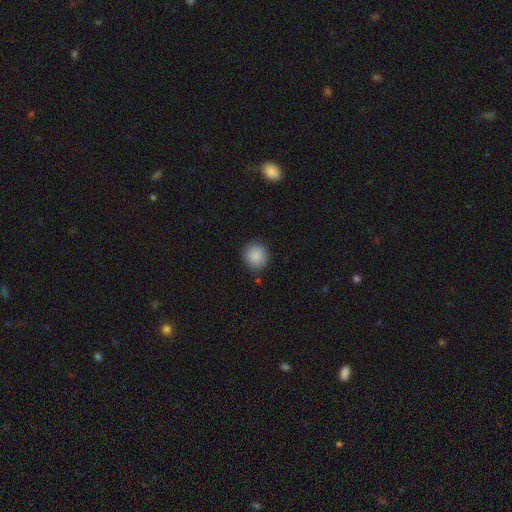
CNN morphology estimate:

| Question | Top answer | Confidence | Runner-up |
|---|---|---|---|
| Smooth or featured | smooth | 88% | star or artifact (8%) |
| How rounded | round | 87% | in between (12%) |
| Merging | none | 88% | minor disturbance (8%) |